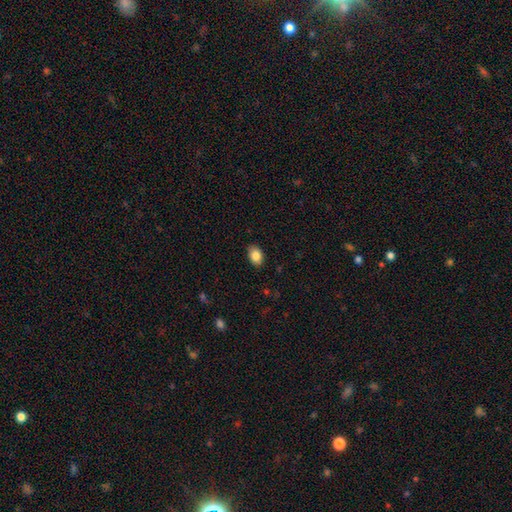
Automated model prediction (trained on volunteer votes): Smooth or featured: smooth — 86% (star or artifact — 8%)
How rounded: in between — 77% (round — 22%)
Merging: none — 87% (minor disturbance — 10%)